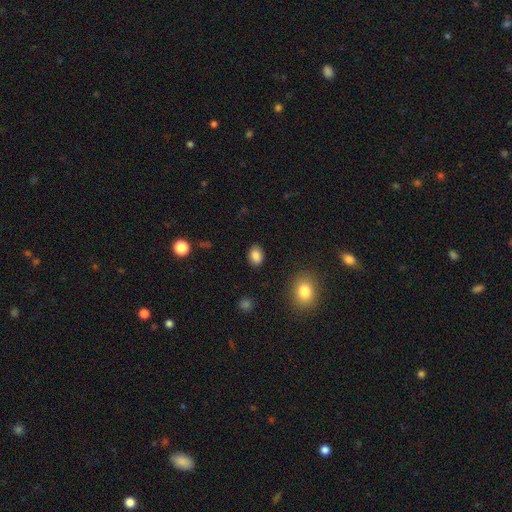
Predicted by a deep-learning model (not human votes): Overall: smooth (85%). How rounded: in between (73%). Merging: none (87%).